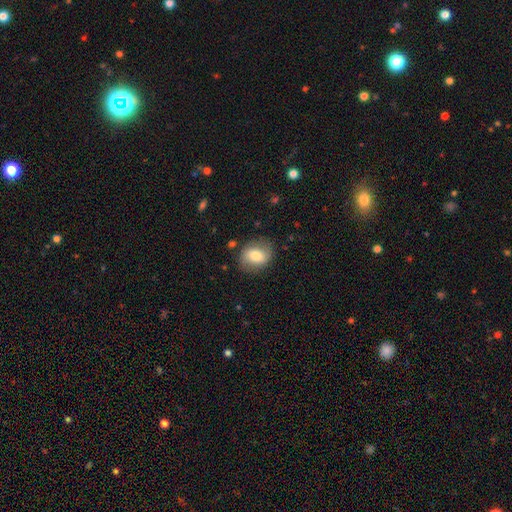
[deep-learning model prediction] This is likely a smooth galaxy (67%). How rounded: possibly in between (55%). Merging: likely none (79%).